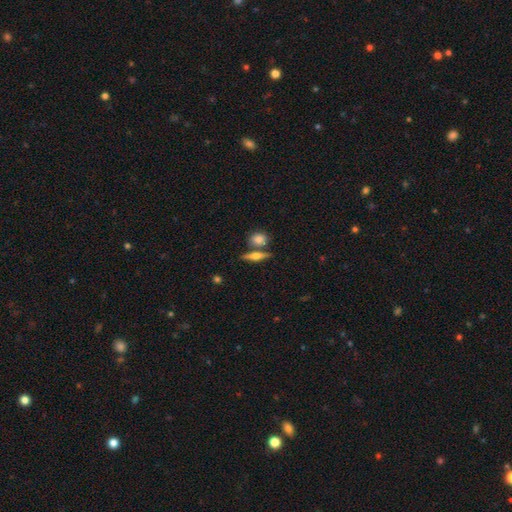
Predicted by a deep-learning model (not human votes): smooth_or_featured: featured or disk (p=0.47) [alt: smooth p=0.45]
merging: none (p=0.70) [alt: merger p=0.18]